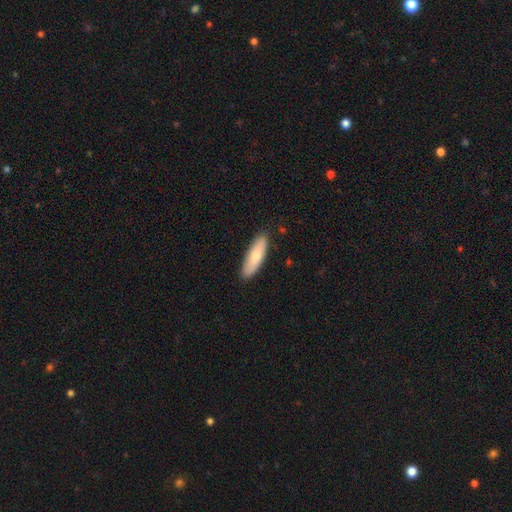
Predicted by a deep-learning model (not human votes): Smooth or featured? Predicted: smooth (p=0.74). How rounded? Predicted: cigar-shaped (p=0.53). Merging? Predicted: none (p=0.87).